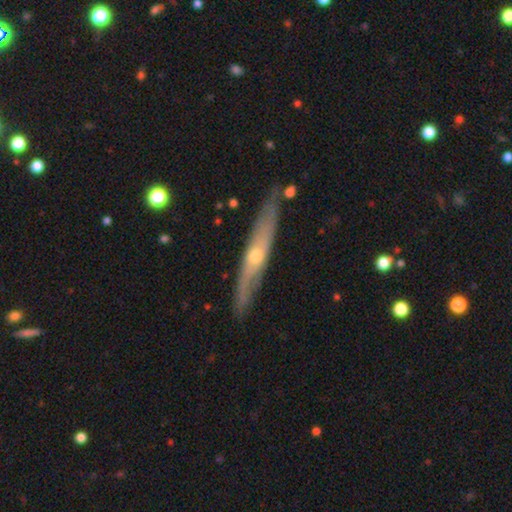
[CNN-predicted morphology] This appears to be a featured or disk galaxy (69%) viewed edge-on (84%) with a rounded central bulge (81%). Merging: none (84%).